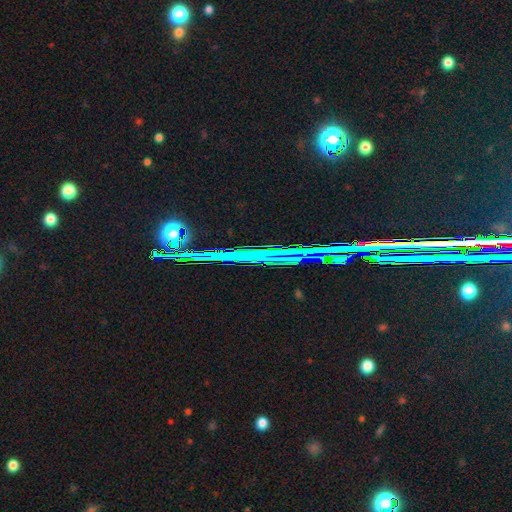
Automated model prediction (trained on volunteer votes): A star or artifact, not a galaxy (74%).

Vote fractions:
- Smooth or featured? star or artifact: 74% / featured or disk: 15% / smooth: 12%